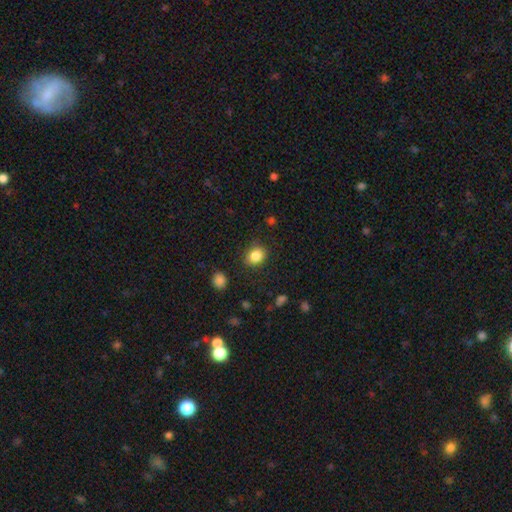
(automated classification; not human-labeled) Smooth or featured?
  - smooth: 86% *
  - star or artifact: 9%
  - featured or disk: 5%
How rounded?
  - round: 54% *
  - in between: 45%
  - cigar-shaped: 1%
Merging?
  - none: 84% *
  - minor disturbance: 11%
  - major disturbance: 3%
  - merger: 2%